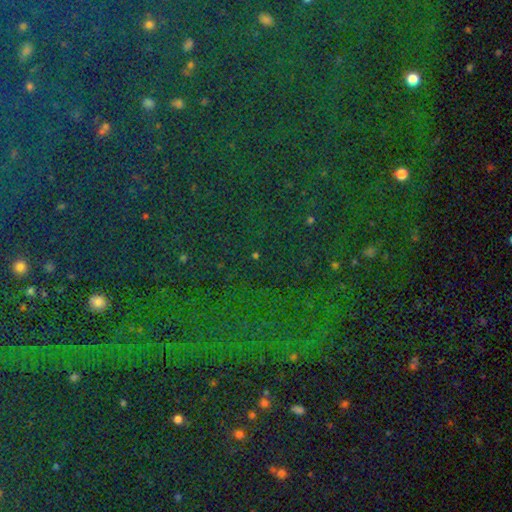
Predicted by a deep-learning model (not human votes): A star or artifact, not a galaxy (75%).